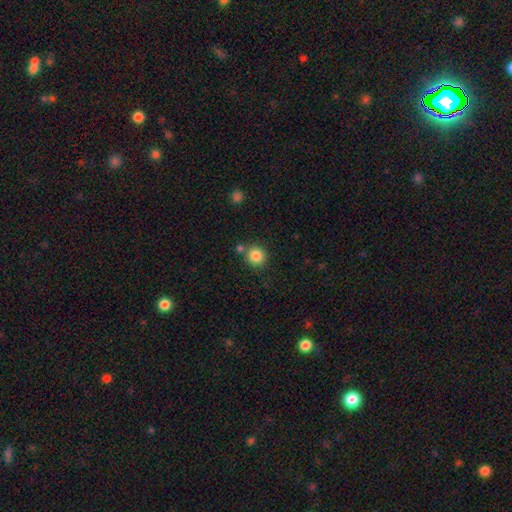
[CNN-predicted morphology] This is clearly a smooth galaxy (85%). How rounded: clearly round (91%). Merging: likely none (75%).